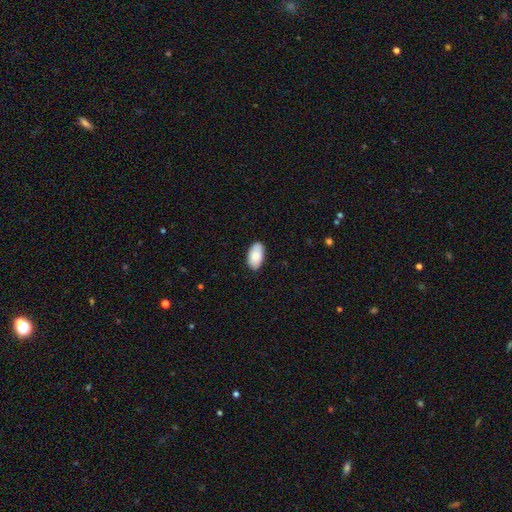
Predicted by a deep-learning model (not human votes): The model was most divided on "merging": none: 86%, minor disturbance: 11%, major disturbance: 2%, merger: 1%. More confident: how rounded — in between (95%); smooth or featured — smooth (86%).